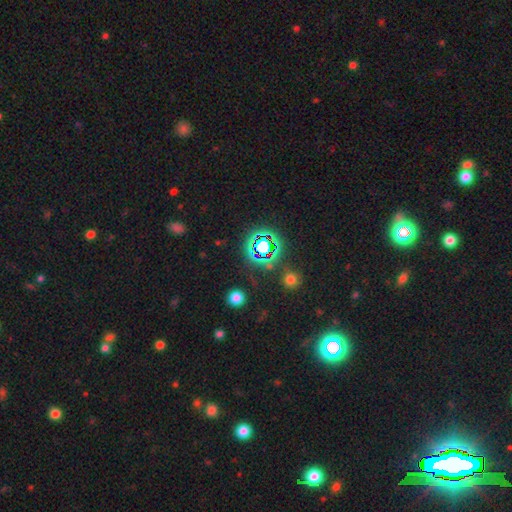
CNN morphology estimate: smooth_or_featured: star or artifact (p=0.73) [alt: smooth p=0.18]